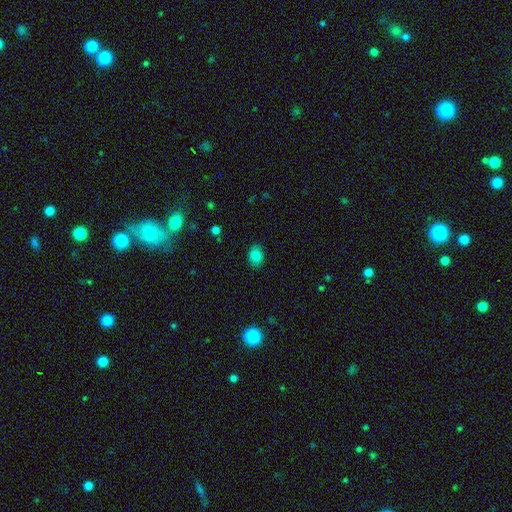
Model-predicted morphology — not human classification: A smooth galaxy with no disk features (83%) that is in between round and cigar-shaped (64%).

Vote fractions:
- Smooth or featured? smooth: 83% / star or artifact: 11% / featured or disk: 6%
- How rounded? in between: 64% / round: 35% / cigar-shaped: 1%
- Merging? none: 87% / minor disturbance: 10% / major disturbance: 2% / merger: 1%